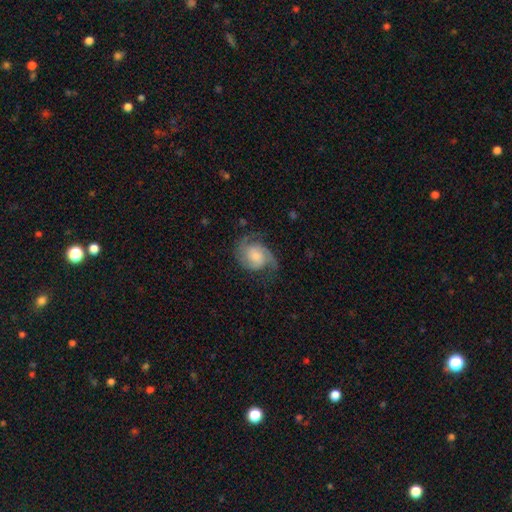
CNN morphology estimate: A featured or disk galaxy (76%) with no bar (64%), 2 (78%) medium (50%) spiral arms (95%) and a moderate central bulge (34%). Merging: none (63%).